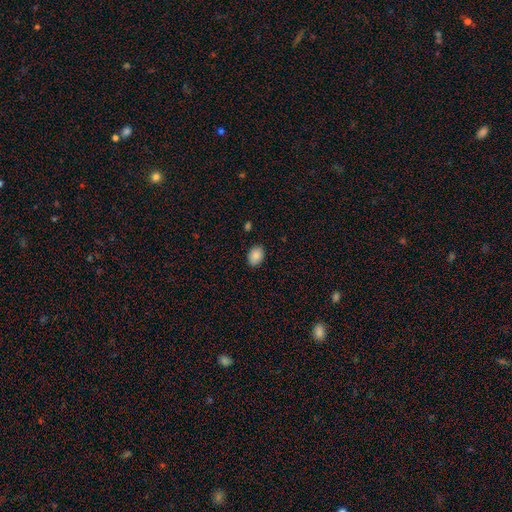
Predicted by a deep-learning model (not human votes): Overall: smooth (87%). How rounded: in between (69%; round 30%). Merging: none (86%).